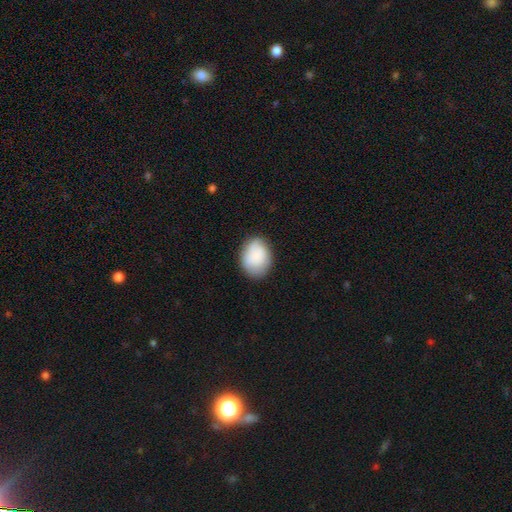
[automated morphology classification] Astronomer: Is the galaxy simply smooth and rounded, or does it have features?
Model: smooth — 85%.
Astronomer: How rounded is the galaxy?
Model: in between — 67%.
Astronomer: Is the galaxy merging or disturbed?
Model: none — 75%.